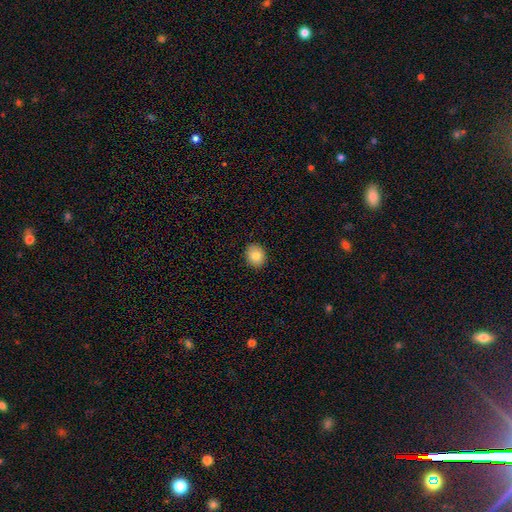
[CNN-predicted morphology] A smooth galaxy with no disk features (82%) that is round (55%).

Vote fractions:
- Smooth or featured? smooth: 82% / star or artifact: 9% / featured or disk: 9%
- How rounded? round: 55% / in between: 44% / cigar-shaped: 1%
- Merging? none: 91% / minor disturbance: 7% / major disturbance: 2% / merger: 1%